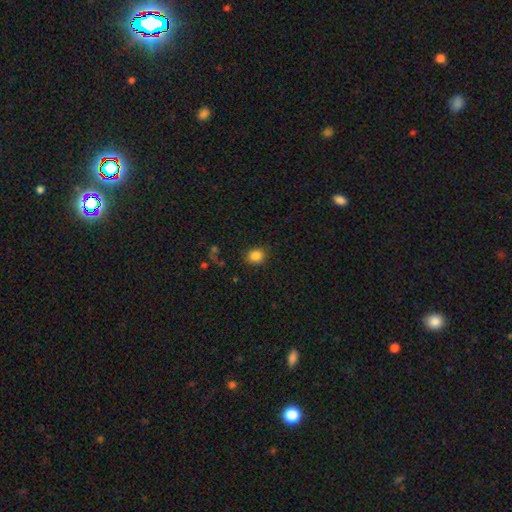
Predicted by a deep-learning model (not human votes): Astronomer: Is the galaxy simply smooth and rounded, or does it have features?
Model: smooth — 85%.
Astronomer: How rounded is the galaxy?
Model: round — 69%.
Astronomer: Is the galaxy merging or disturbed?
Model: none — 87%.